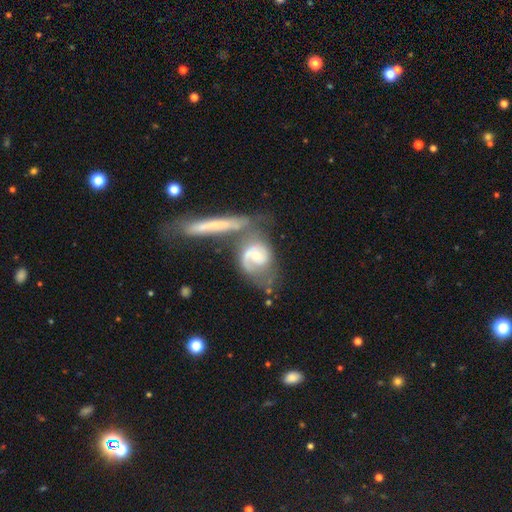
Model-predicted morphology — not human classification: A featured or disk galaxy (72%) with no bar (69%), 2 (49%) tight (39%, tied with medium) spiral arms (81%) and a moderate central bulge (57%). Merging: merger (39%).